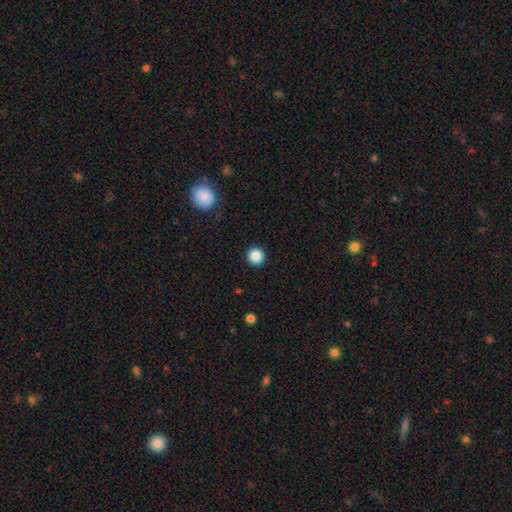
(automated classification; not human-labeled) smooth 86%, star or artifact 10%, featured or disk 3%. Down the decision tree: how rounded — round (96%); merging — none (93%).